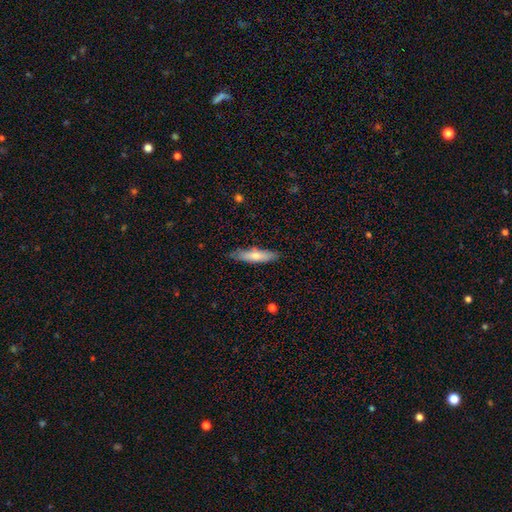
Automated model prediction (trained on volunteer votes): This is likely a smooth galaxy (70%). How rounded: likely cigar-shaped (72%). Merging: clearly none (82%).